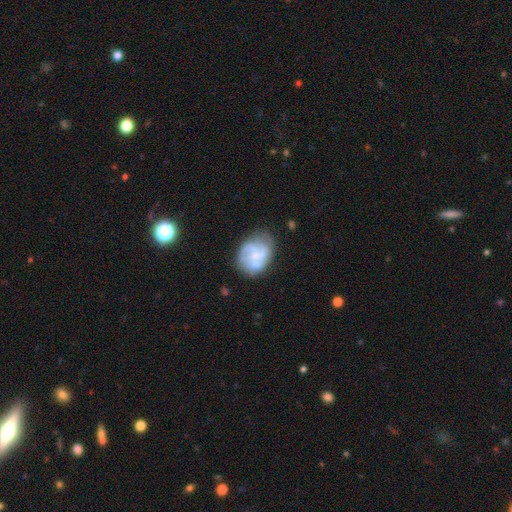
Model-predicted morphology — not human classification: This appears to be a featured or disk galaxy (64%) with no bar (63%), spiral arms (68%) and a small central bulge (46%). Merging: none (52%).